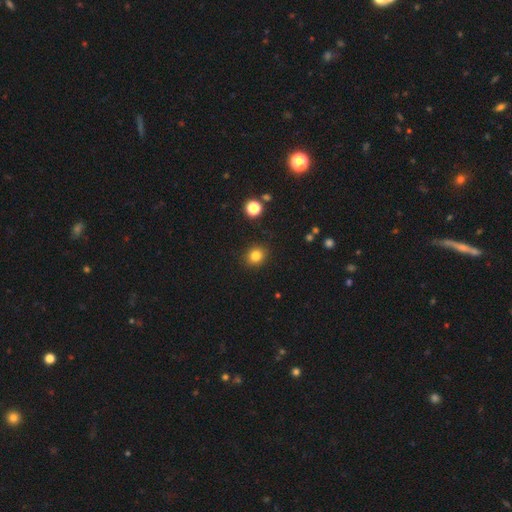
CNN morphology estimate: Smooth or featured?
  - smooth: 82% *
  - star or artifact: 12%
  - featured or disk: 6%
How rounded?
  - round: 76% *
  - in between: 23%
  - cigar-shaped: 1%
Merging?
  - none: 90% *
  - minor disturbance: 7%
  - major disturbance: 2%
  - merger: 1%